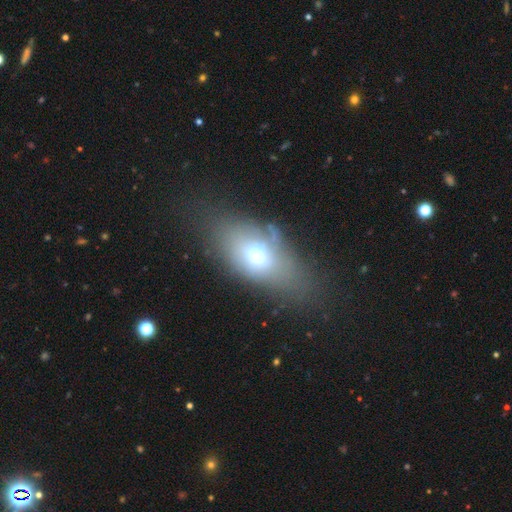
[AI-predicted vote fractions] Q: Smooth or featured?
A: smooth (58%); runner-up: featured or disk (29%)
Q: How rounded?
A: in between (84%); runner-up: round (10%)
Q: Merging?
A: none (46%); runner-up: minor disturbance (25%)